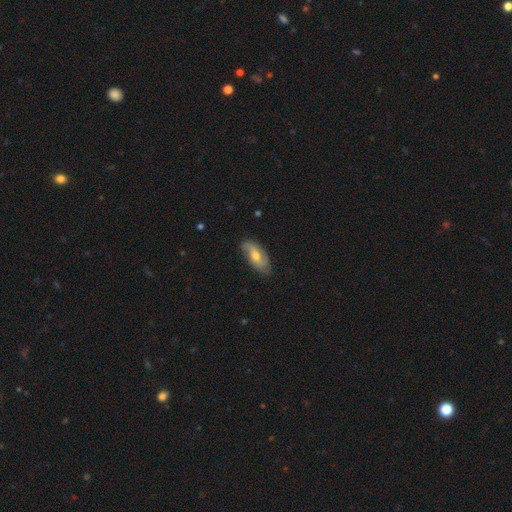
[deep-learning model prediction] featured or disk 52%, smooth 41%, star or artifact 6%. Down the decision tree: edge-on disk — no (86%); merging — none (75%).